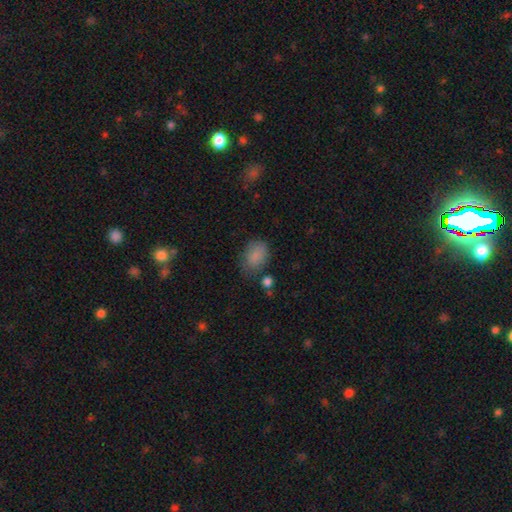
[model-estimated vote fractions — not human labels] Q: Smooth or featured?
A: smooth (84%); runner-up: star or artifact (9%)
Q: How rounded?
A: in between (77%); runner-up: round (22%)
Q: Merging?
A: none (63%); runner-up: minor disturbance (25%)